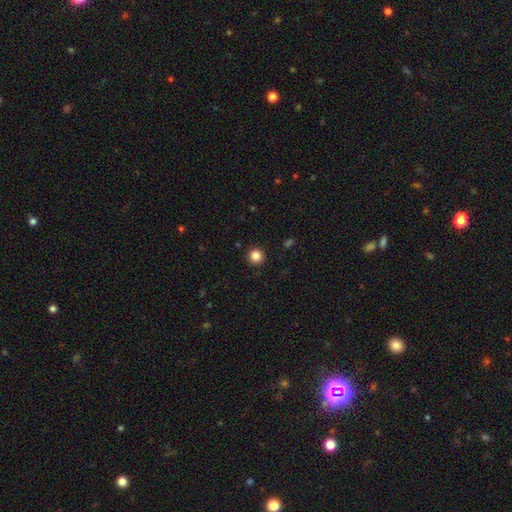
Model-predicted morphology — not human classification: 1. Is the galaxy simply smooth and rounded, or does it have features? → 85% smooth, 11% star or artifact, 4% featured or disk.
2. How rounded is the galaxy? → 95% round, 4% in between, 1% cigar-shaped.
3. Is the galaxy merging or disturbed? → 93% none, 5% minor disturbance, 2% major disturbance, 1% merger.